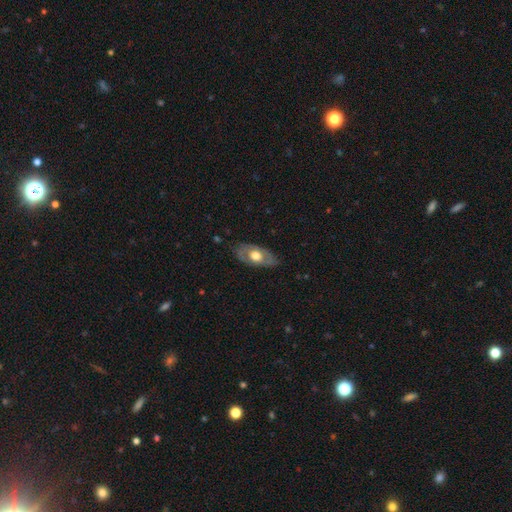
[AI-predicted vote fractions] Overall: featured or disk (56%; smooth 39%). Edge-on disk: no (83%). Merging: none (77%).